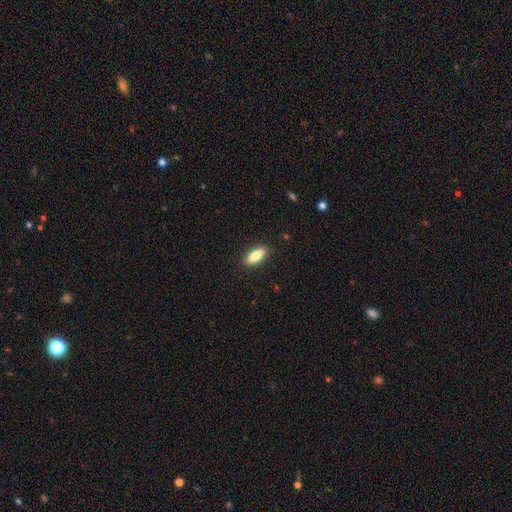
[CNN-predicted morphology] Overall: smooth (79%). How rounded: in between (78%). Merging: none (89%).